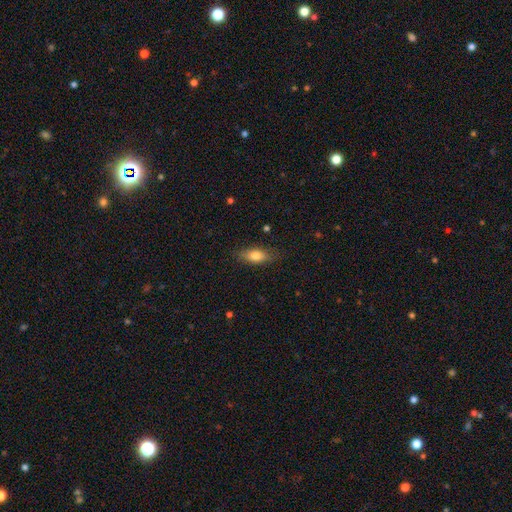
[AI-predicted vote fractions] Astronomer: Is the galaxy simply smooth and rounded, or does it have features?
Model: smooth — 78%.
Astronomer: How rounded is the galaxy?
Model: in between — 79%.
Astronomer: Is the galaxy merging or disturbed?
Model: none — 81%.